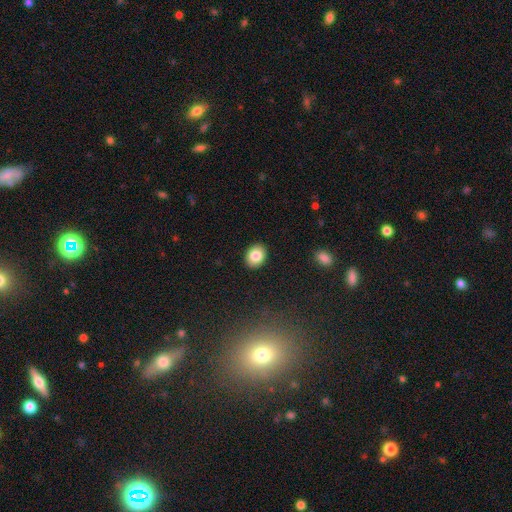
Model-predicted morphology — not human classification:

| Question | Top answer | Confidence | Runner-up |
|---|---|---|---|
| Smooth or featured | smooth | 84% | star or artifact (9%) |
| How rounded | in between | 56% | round (43%) |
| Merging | none | 91% | minor disturbance (7%) |